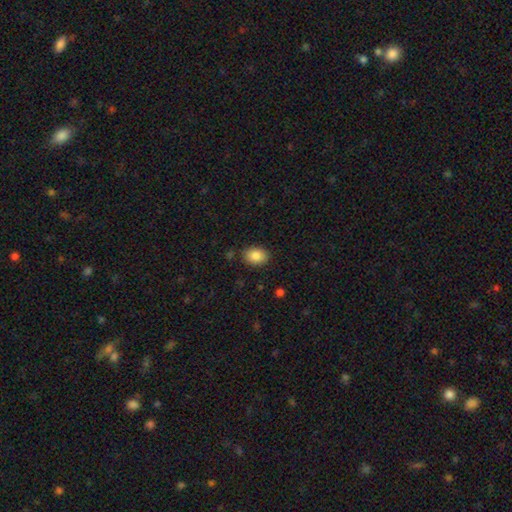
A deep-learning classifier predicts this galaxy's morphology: The model was most divided on "how rounded": in between: 74%, round: 25%, cigar-shaped: 1%. More confident: smooth or featured — smooth (86%); merging — none (86%).